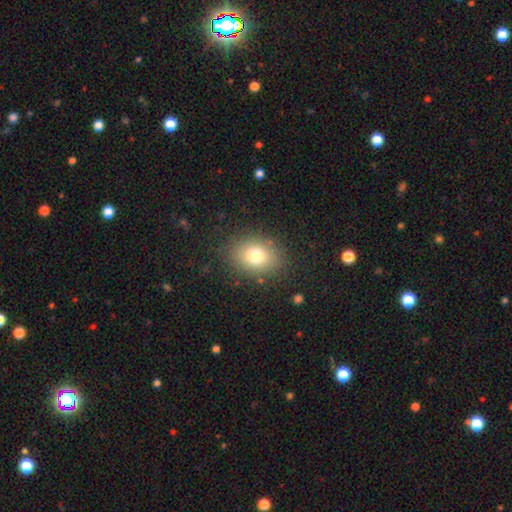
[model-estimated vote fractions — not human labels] This is likely a smooth galaxy (77%). How rounded: possibly in between (57%). Merging: clearly none (85%).